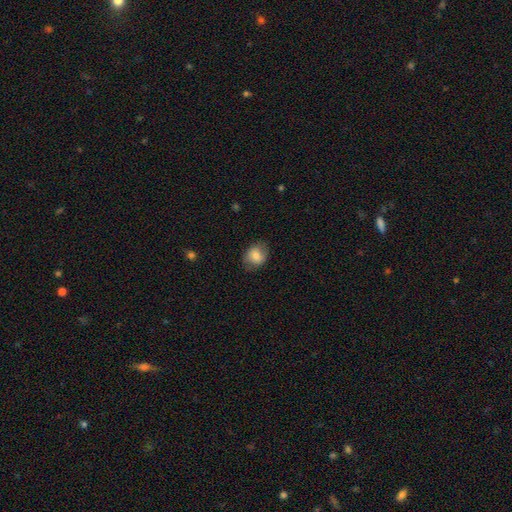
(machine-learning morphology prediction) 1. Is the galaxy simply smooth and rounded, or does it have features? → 79% smooth, 13% featured or disk, 8% star or artifact.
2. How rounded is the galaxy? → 54% round, 45% in between, 1% cigar-shaped.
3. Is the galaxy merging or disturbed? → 76% none, 18% minor disturbance, 5% major disturbance, 1% merger.